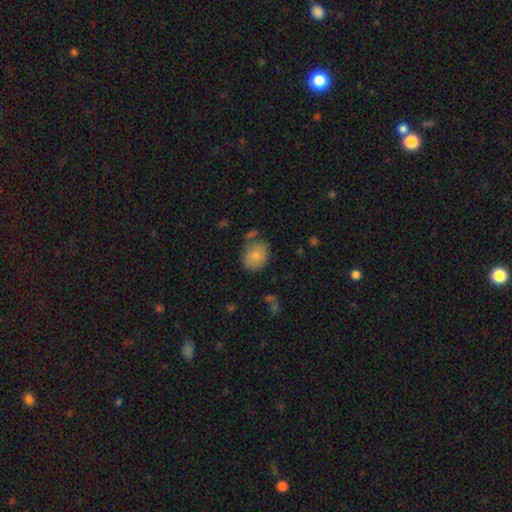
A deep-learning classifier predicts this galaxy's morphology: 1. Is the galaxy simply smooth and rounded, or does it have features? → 81% smooth, 12% featured or disk, 8% star or artifact.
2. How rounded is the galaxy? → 51% round, 48% in between, 1% cigar-shaped.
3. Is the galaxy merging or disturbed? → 68% none, 19% minor disturbance, 8% merger, 5% major disturbance.